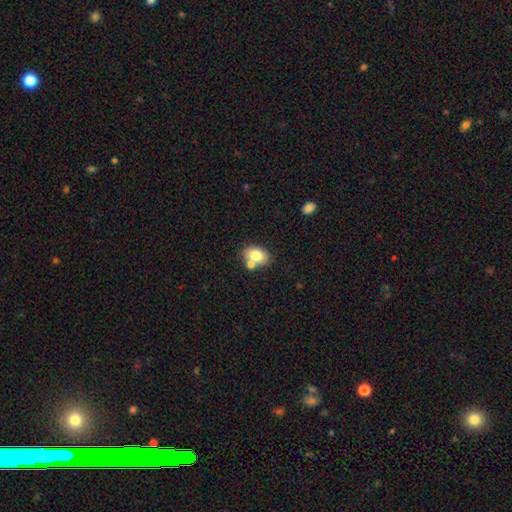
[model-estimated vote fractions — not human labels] Smooth or featured? Predicted: smooth (p=0.76). How rounded? Predicted: in between (p=0.79). Merging? Predicted: none (p=0.55).